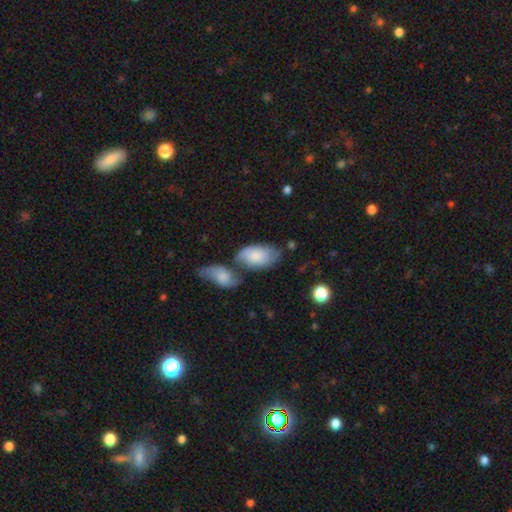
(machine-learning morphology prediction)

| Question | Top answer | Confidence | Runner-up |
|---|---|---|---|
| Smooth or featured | smooth | 71% | featured or disk (23%) |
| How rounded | in between | 94% | round (4%) |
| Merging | none | 44% | merger (27%) |